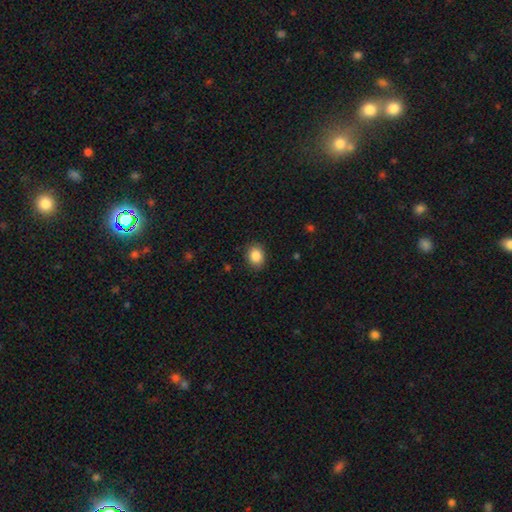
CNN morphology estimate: Smooth or featured? smooth (87%)
How rounded? round (56%)
Merging? none (88%)